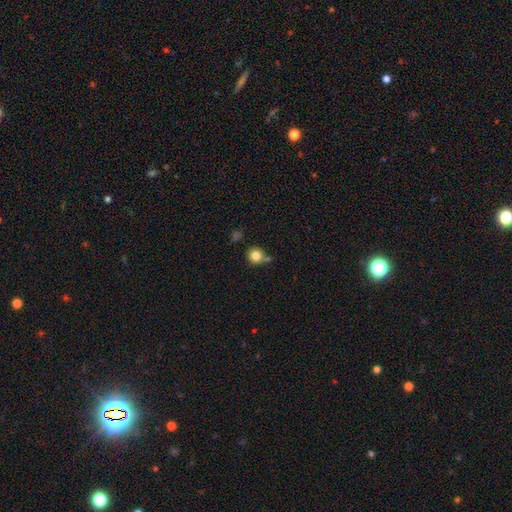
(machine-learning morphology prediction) Smooth or featured?
  - smooth: 81% *
  - star or artifact: 11%
  - featured or disk: 8%
How rounded?
  - round: 91% *
  - in between: 8%
  - cigar-shaped: 1%
Merging?
  - none: 68% *
  - merger: 15%
  - minor disturbance: 13%
  - major disturbance: 4%